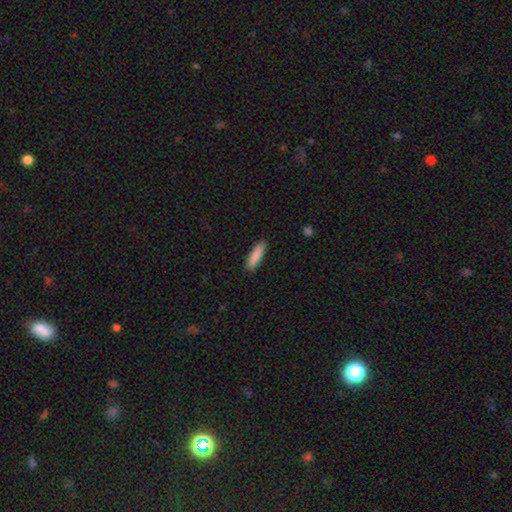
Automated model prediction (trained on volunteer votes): Smooth or featured? Predicted: smooth (p=0.88). How rounded? Predicted: cigar-shaped (p=0.75). Merging? Predicted: none (p=0.89).